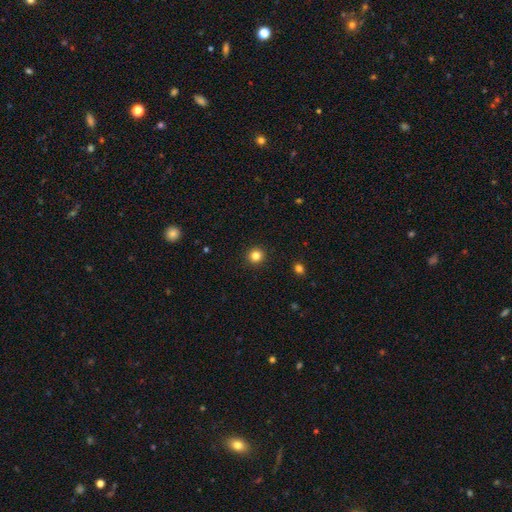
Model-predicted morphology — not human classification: smooth_or_featured: smooth (p=0.83) [alt: star or artifact p=0.12]
how_rounded: round (p=0.94) [alt: in between p=0.05]
merging: none (p=0.93) [alt: minor disturbance p=0.04]